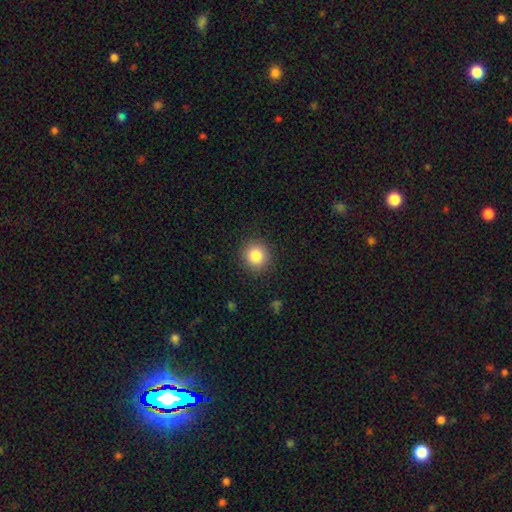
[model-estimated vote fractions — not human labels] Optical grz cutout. It shows a smooth galaxy with no disk features (84%) that is round (90%). Merging: none (90%).